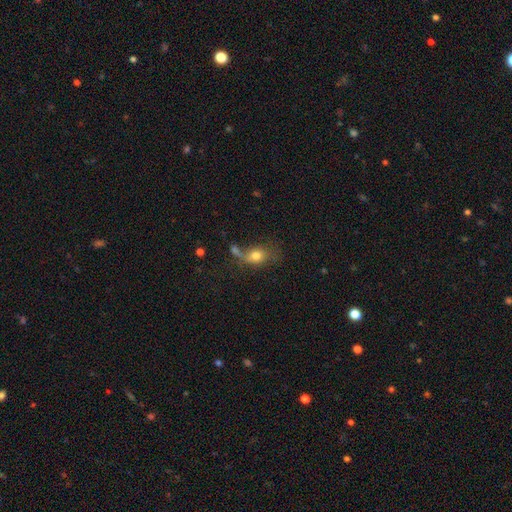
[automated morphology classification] smooth-or-featured: smooth: 70% | featured or disk: 18% | star or artifact: 12%
  how-rounded: in between: 61% | round: 35% | cigar-shaped: 3%
  merging: none: 35% | merger: 26% | major disturbance: 21% | minor disturbance: 19%